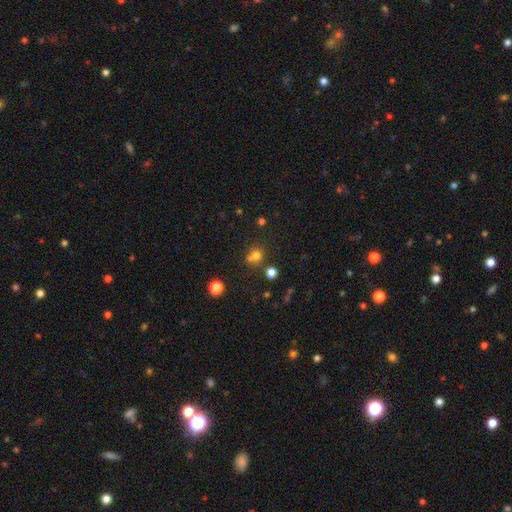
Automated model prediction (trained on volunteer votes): A smooth galaxy with no disk features (70%) that is round (79%).

Vote fractions:
- Smooth or featured? smooth: 70% / star or artifact: 20% / featured or disk: 11%
- How rounded? round: 79% / in between: 20% / cigar-shaped: 1%
- Merging? none: 51% / merger: 36% / minor disturbance: 9% / major disturbance: 4%